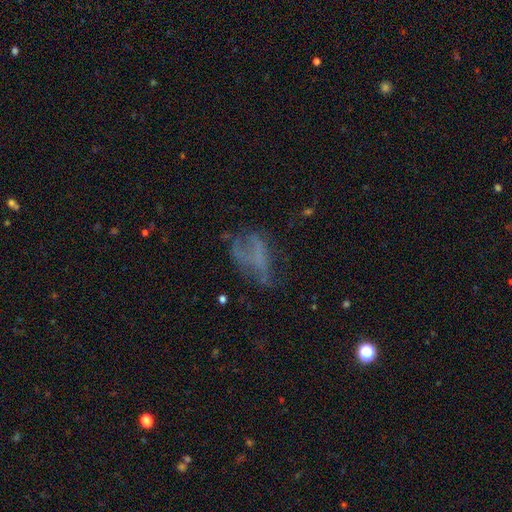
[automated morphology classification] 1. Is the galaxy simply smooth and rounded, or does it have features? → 47% featured or disk, 31% smooth, 23% star or artifact.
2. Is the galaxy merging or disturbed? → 40% major disturbance, 36% none, 20% minor disturbance, 5% merger.